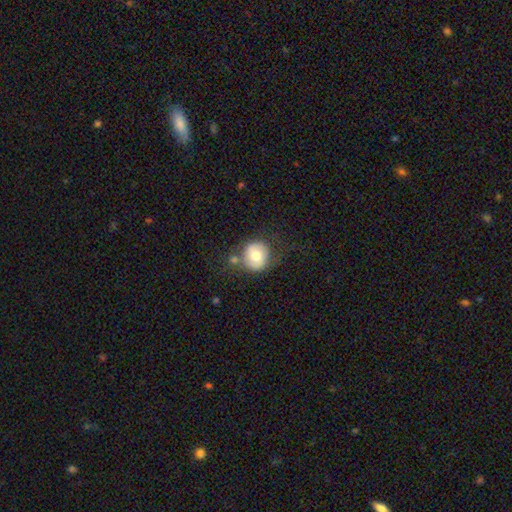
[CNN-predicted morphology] The model was most divided on "smooth or featured": smooth: 66%, featured or disk: 26%, star or artifact: 8%. More confident: how rounded — round (86%); merging — none (62%).